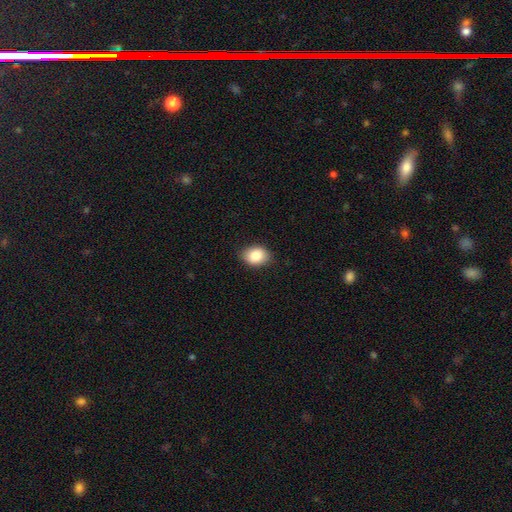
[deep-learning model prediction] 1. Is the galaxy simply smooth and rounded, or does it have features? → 86% smooth, 8% star or artifact, 6% featured or disk.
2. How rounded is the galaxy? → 61% in between, 38% round, 1% cigar-shaped.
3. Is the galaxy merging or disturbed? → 86% none, 11% minor disturbance, 2% major disturbance, 1% merger.